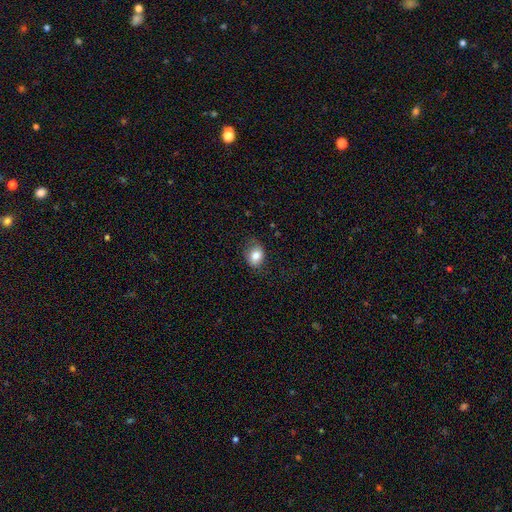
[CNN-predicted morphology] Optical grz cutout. It shows a smooth galaxy with no disk features (82%) that is in between round and cigar-shaped (59%). Merging: none (73%).